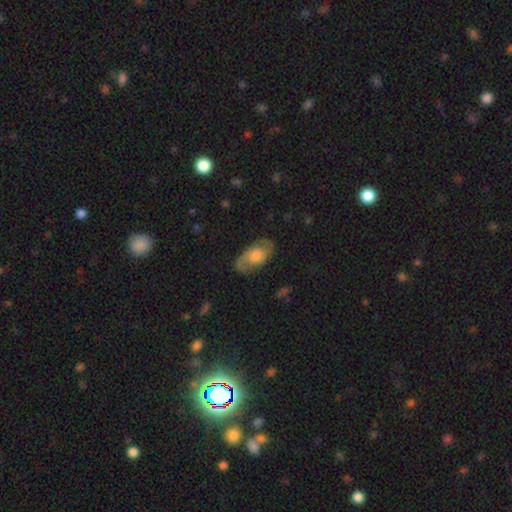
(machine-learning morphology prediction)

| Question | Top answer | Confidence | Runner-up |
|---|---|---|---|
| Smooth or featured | featured or disk | 62% | smooth (30%) |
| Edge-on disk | no | 93% | yes (7%) |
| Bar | no | 72% | weak (24%) |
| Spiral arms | yes | 84% | no (16%) |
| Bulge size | large | 34% | moderate (32%) |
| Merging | none | 72% | minor disturbance (18%) |